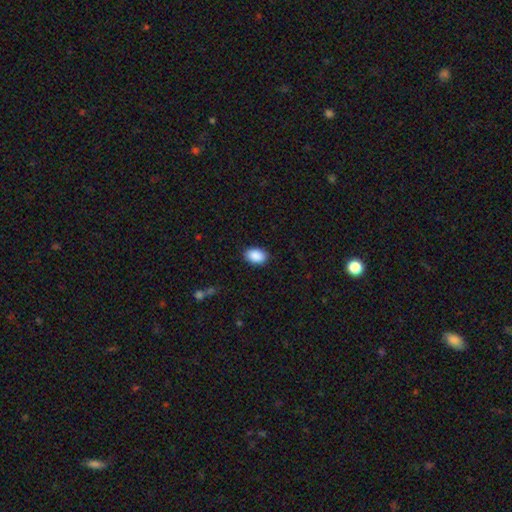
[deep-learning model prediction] This is clearly a smooth galaxy (91%). How rounded: clearly in between (88%). Merging: clearly none (88%).